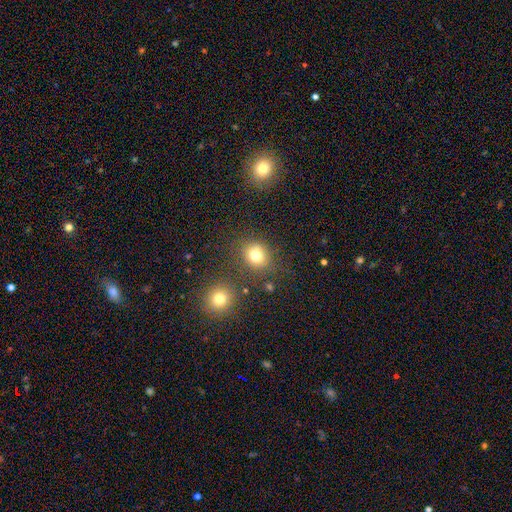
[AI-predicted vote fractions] A smooth galaxy with no disk features (77%) that is round (73%). Merging: none (74%).